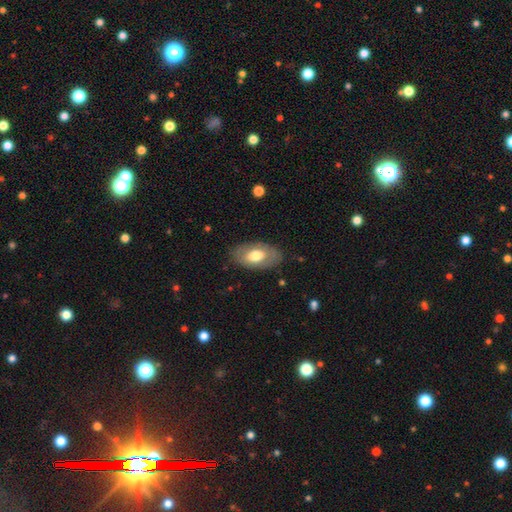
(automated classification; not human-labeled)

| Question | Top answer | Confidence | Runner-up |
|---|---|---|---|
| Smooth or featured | smooth | 64% | featured or disk (30%) |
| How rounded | in between | 93% | round (5%) |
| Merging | none | 80% | minor disturbance (14%) |